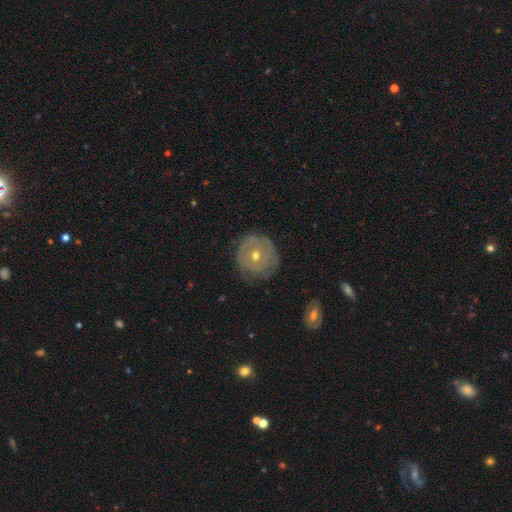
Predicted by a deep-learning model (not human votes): featured or disk 74%, smooth 19%, star or artifact 8%. Down the decision tree: edge-on disk — no (96%); bar — no (81%); spiral arms — yes (74%); spiral arm count — can't tell (47%); spiral winding — tight (79%); bulge size — moderate (57%); merging — none (75%).